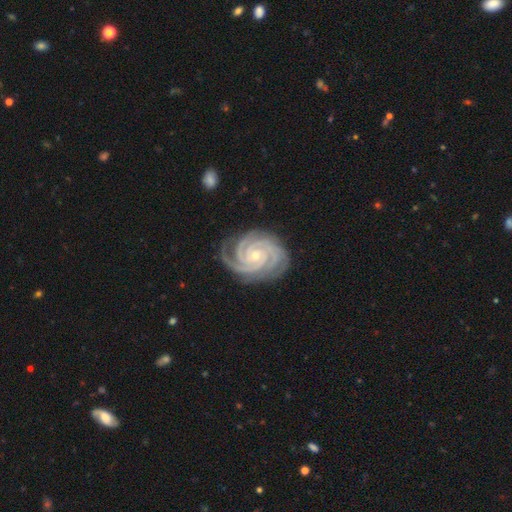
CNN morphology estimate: A featured or disk galaxy (94%) with no bar (68%), 3 (38%) tight (85%) spiral arms (99%) and a small central bulge (71%). Merging: none (81%).